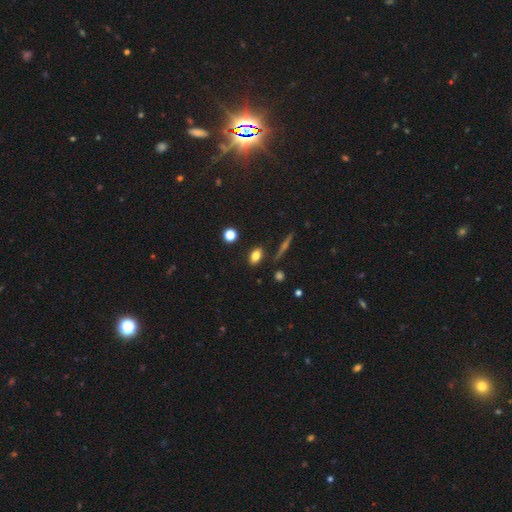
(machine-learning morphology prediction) Smooth or featured? Predicted: smooth (p=0.78). How rounded? Predicted: in between (p=0.79). Merging? Predicted: none (p=0.83).